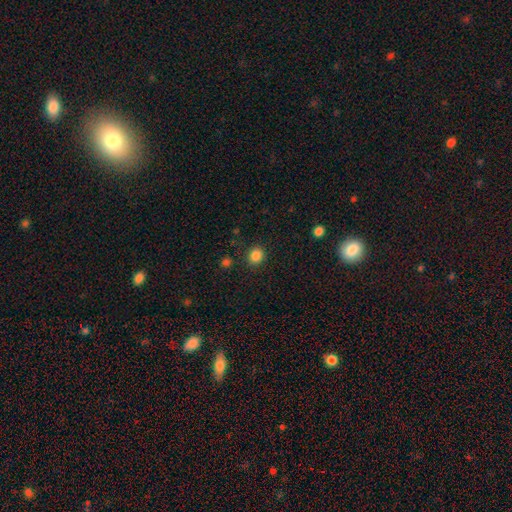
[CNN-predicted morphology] Smooth or featured: smooth — 85% (star or artifact — 11%)
How rounded: round — 83% (in between — 16%)
Merging: none — 88% (minor disturbance — 7%)